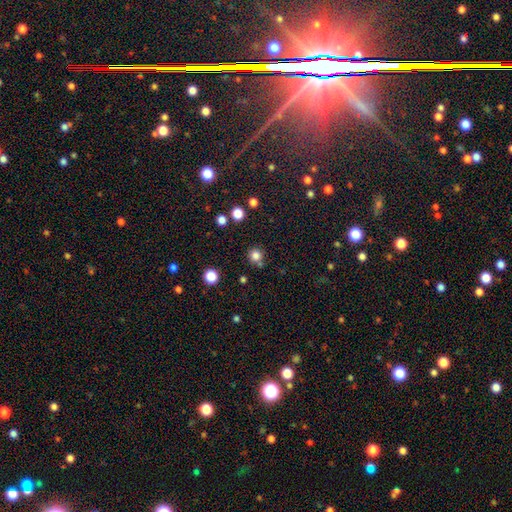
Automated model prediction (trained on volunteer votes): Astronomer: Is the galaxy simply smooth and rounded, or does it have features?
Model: smooth — 80%.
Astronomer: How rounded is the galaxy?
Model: round — 93%.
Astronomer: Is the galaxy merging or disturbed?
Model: none — 75%.